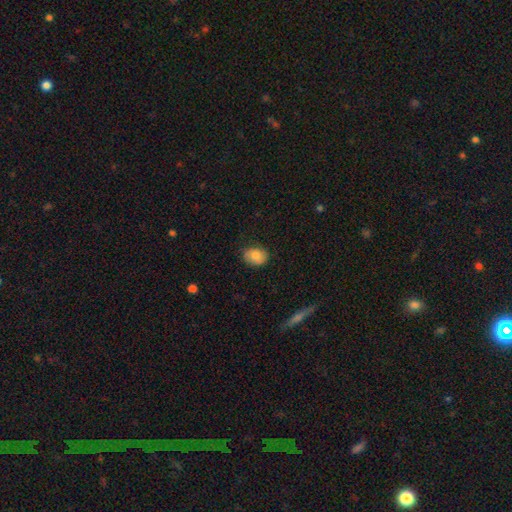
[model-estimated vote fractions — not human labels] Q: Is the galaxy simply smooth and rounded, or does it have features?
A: smooth — 84%.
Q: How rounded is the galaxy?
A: in between — 65%.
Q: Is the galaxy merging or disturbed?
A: none — 80%.